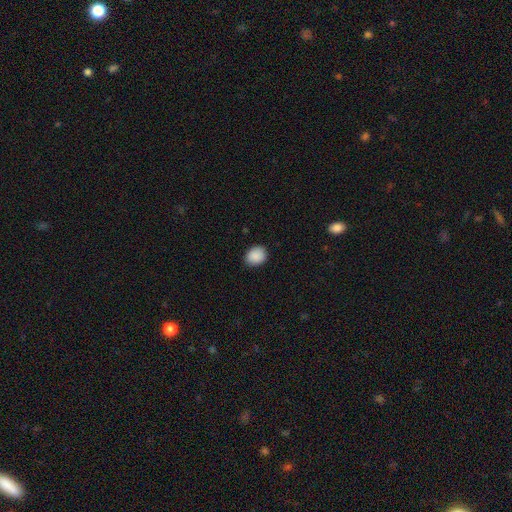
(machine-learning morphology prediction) Smooth or featured? Predicted: smooth (p=0.89). How rounded? Predicted: round (p=0.59). Merging? Predicted: none (p=0.86).